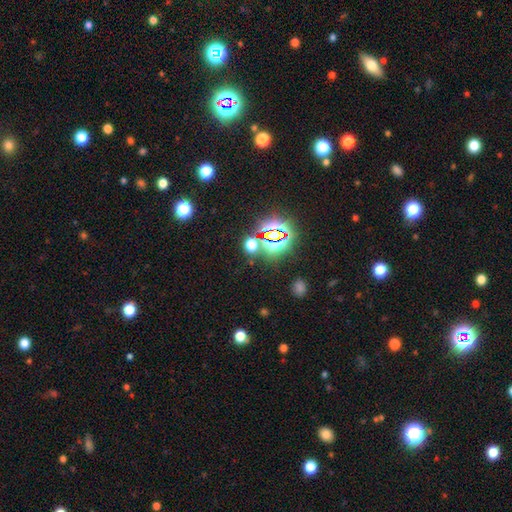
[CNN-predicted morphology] Smooth or featured?
  - star or artifact: 79% *
  - smooth: 14%
  - featured or disk: 7%